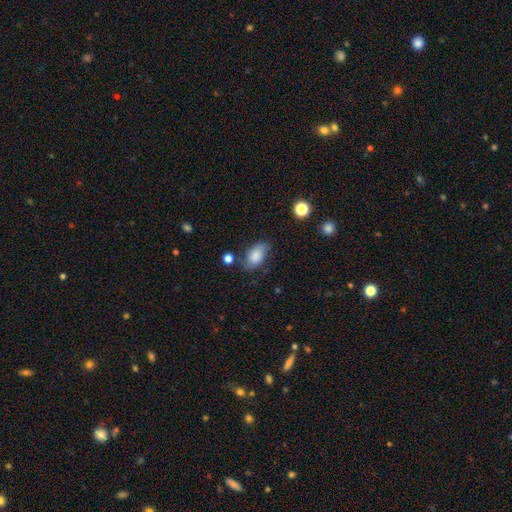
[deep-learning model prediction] Morphology: type=smooth (77%); roundness=in between (91%); merging=none (62%).